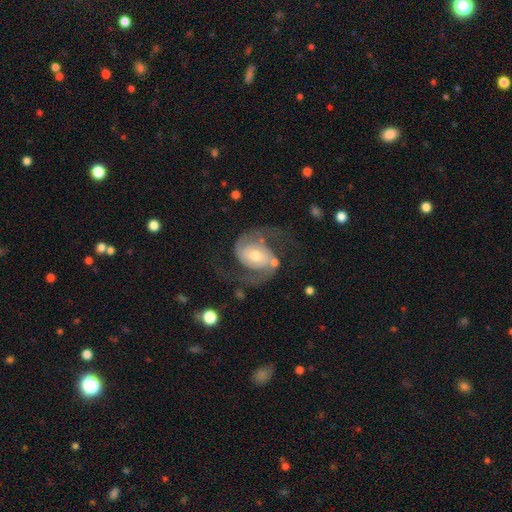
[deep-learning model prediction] Smooth or featured?
  - featured or disk: 90% *
  - smooth: 6%
  - star or artifact: 5%
Edge-on disk?
  - no: 98% *
  - yes: 2%
Bar?
  - no: 55% *
  - weak: 33%
  - strong: 13%
Spiral arms?
  - yes: 97% *
  - no: 3%
Spiral winding?
  - medium: 54% *
  - loose: 30%
  - tight: 16%
Spiral arm count?
  - 2: 94% *
  - can't tell: 2%
  - 1: 1%
  - 3: 1%
  - 4: 1%
  - more than 4: 1%
Bulge size?
  - moderate: 61% *
  - small: 30%
  - large: 6%
  - dominant: 1%
  - none: 1%
Merging?
  - none: 69% *
  - major disturbance: 14%
  - minor disturbance: 14%
  - merger: 3%